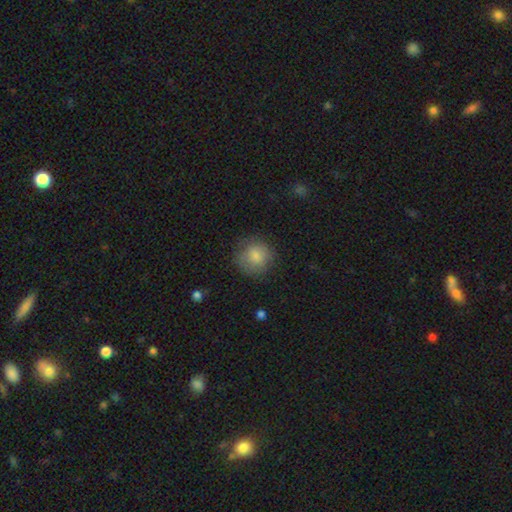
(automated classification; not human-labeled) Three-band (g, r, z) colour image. It shows a smooth galaxy with no disk features (80%) that is round (88%). Merging: none (78%).